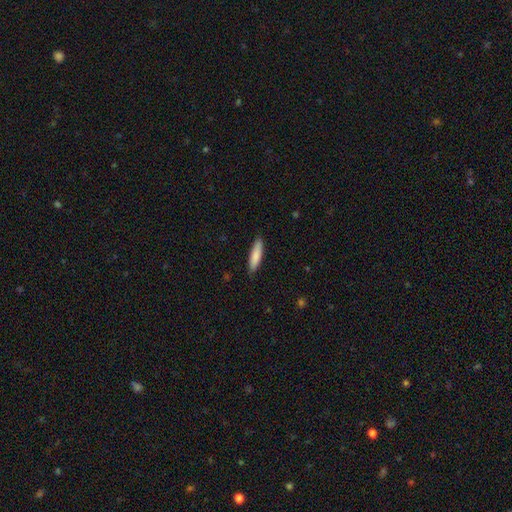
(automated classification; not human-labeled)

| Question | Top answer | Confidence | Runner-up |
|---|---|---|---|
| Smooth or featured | smooth | 84% | featured or disk (10%) |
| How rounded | cigar-shaped | 75% | in between (23%) |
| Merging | none | 86% | minor disturbance (11%) |